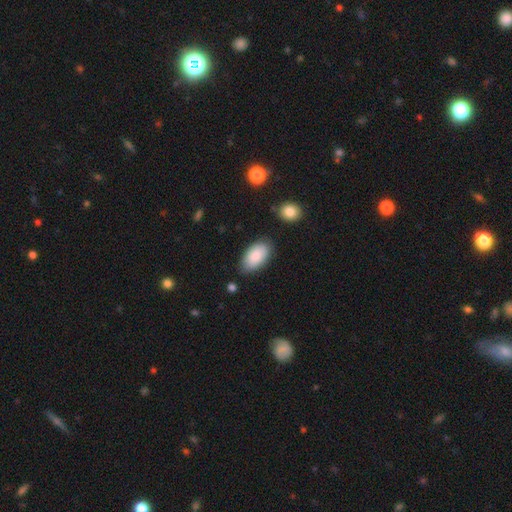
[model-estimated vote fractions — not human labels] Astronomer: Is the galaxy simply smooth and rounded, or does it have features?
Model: smooth — 88%.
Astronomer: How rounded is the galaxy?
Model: in between — 95%.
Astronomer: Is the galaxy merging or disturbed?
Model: none — 80%.